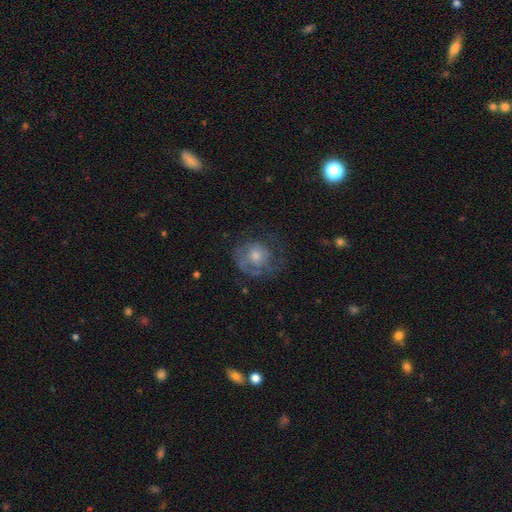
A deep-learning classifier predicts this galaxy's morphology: A featured or disk galaxy (53%) with no bar (82%), spiral arms (59%) and a moderate central bulge (49%).

Vote fractions:
- Smooth or featured? featured or disk: 53% / smooth: 36% / star or artifact: 11%
- Edge-on disk? no: 97% / yes: 3%
- Bar? no: 82% / weak: 15% / strong: 2%
- Spiral arms? yes: 59% / no: 41%
- Bulge size? moderate: 49% / small: 40% / large: 6% / none: 4% / dominant: 1%
- Merging? none: 55% / major disturbance: 23% / minor disturbance: 21% / merger: 2%